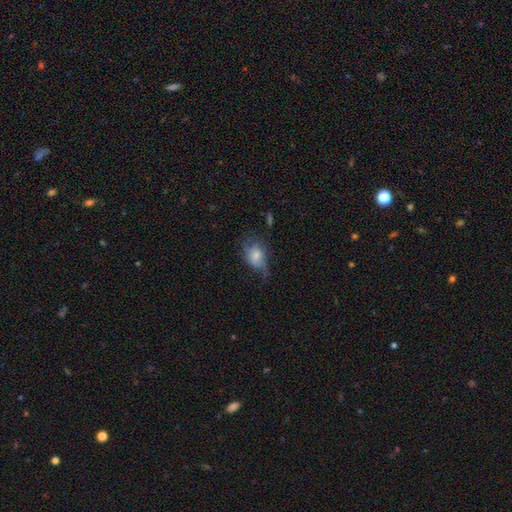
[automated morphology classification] This appears to be a smooth galaxy with no disk features (59%) that is in between round and cigar-shaped (77%). Merging: none (36%).